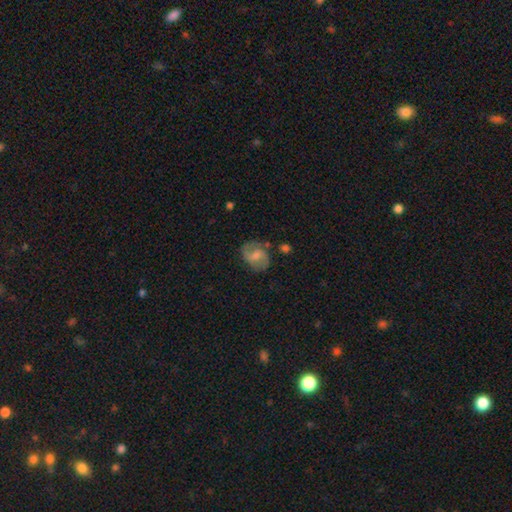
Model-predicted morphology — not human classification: type=featured or disk (59%); edge-on=no (97%); bar=weak (54%); spiral arms=yes (84%); bulge=moderate (40%); merging=none (68%).